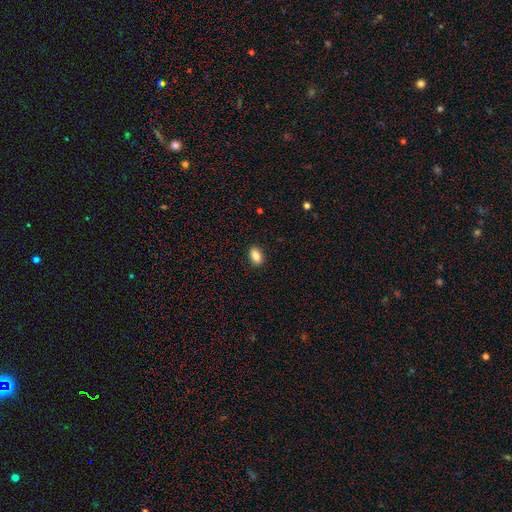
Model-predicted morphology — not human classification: smooth-or-featured: smooth: 88% | star or artifact: 8% | featured or disk: 4%
  how-rounded: in between: 89% | round: 9% | cigar-shaped: 2%
  merging: none: 90% | minor disturbance: 7% | major disturbance: 2% | merger: 1%